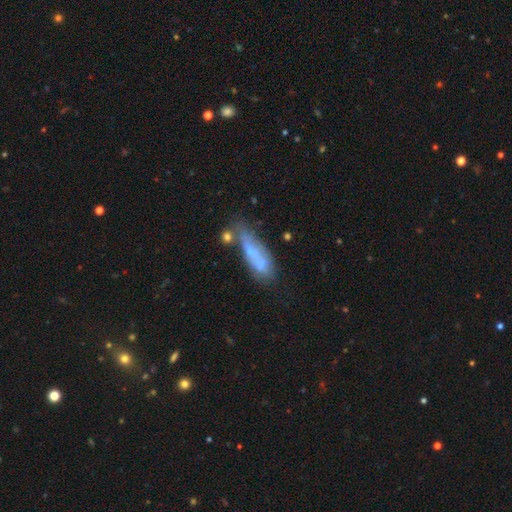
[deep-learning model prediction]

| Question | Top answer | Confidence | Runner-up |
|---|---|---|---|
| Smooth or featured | smooth | 48% | featured or disk (41%) |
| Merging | none | 40% | minor disturbance (25%) |